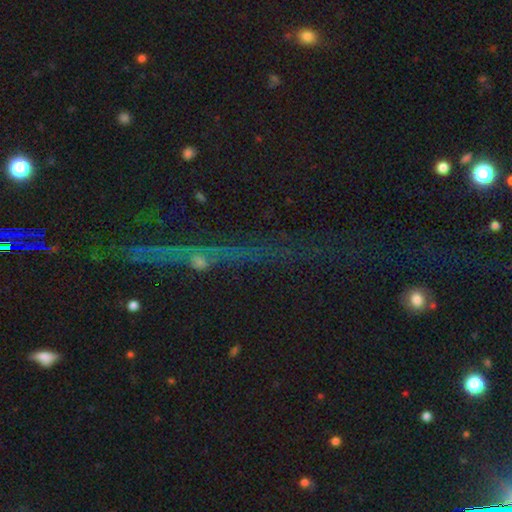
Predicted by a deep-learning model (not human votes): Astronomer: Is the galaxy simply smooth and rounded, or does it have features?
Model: star or artifact — 58%.